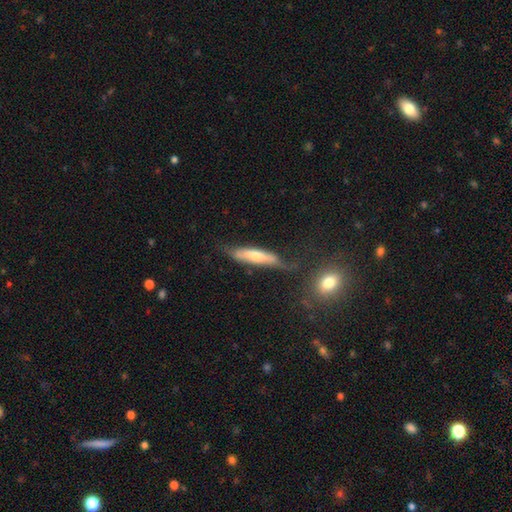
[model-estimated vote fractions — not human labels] featured or disk 47%, smooth 43%, star or artifact 9%. Down the decision tree: merging — none (66%).